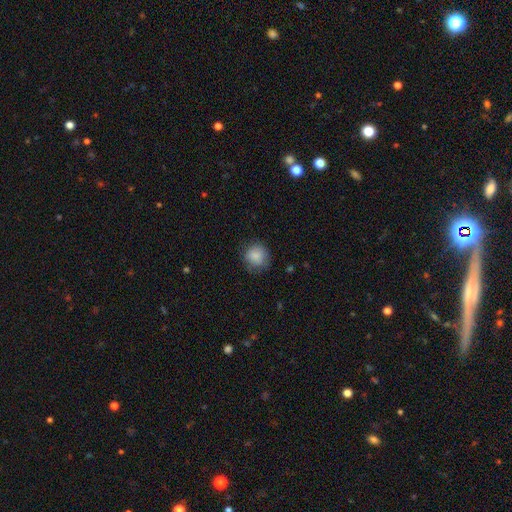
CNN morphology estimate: The model was most divided on "merging": none: 75%, minor disturbance: 19%, major disturbance: 5%, merger: 1%. More confident: smooth or featured — smooth (86%); how rounded — round (86%).